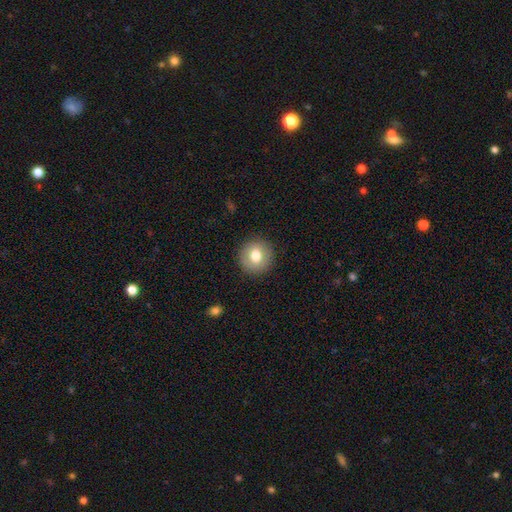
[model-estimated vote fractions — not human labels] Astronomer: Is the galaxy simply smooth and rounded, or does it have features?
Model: smooth — 76%.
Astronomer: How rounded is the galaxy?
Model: round — 92%.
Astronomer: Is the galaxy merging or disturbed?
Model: none — 90%.